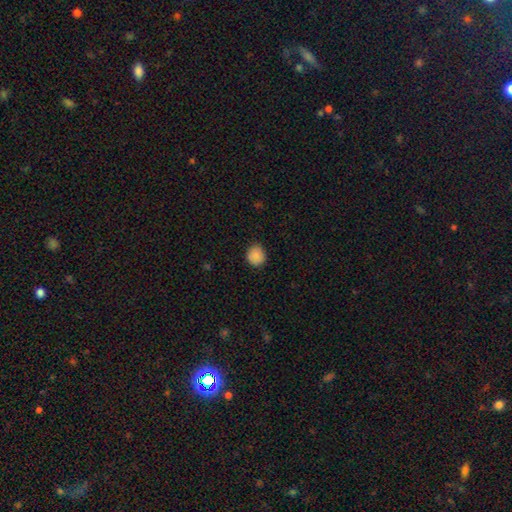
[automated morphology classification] smooth_or_featured: smooth (p=0.87) [alt: star or artifact p=0.08]
how_rounded: round (p=0.84) [alt: in between p=0.15]
merging: none (p=0.88) [alt: minor disturbance p=0.09]